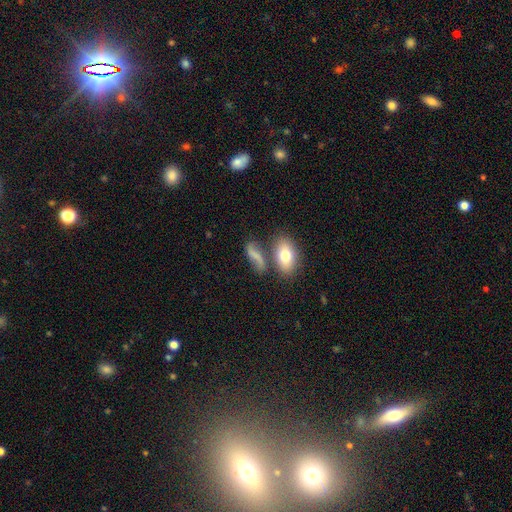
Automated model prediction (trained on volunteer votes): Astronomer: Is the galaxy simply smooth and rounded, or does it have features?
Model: smooth — 60%.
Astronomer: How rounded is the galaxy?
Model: in between — 67%.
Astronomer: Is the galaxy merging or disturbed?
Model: none — 49%.